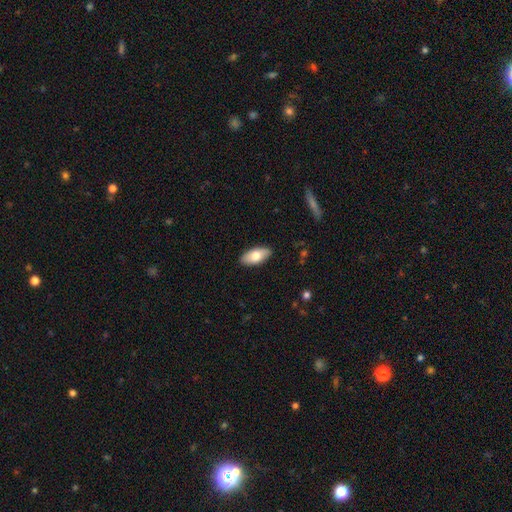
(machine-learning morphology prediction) The model was most divided on "smooth or featured": smooth: 76%, featured or disk: 18%, star or artifact: 6%. More confident: how rounded — in between (91%); merging — none (88%).